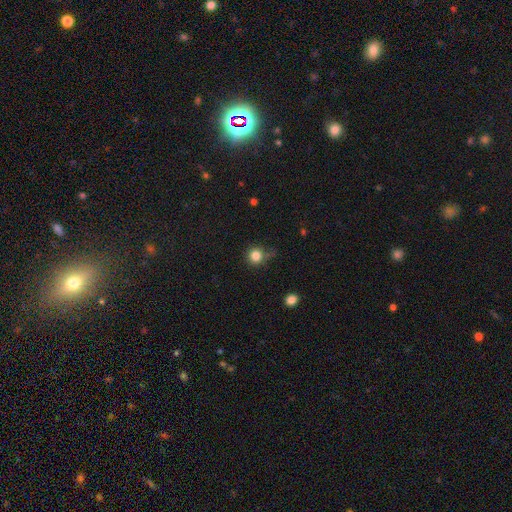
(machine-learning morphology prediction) The model was most divided on "merging": none: 75%, minor disturbance: 17%, major disturbance: 5%, merger: 4%. More confident: how rounded — round (92%); smooth or featured — smooth (83%).